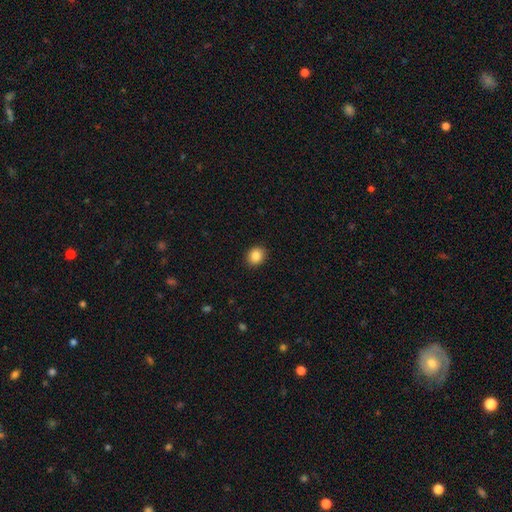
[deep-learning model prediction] Q: Smooth or featured?
A: smooth (86%); runner-up: star or artifact (9%)
Q: How rounded?
A: round (68%); runner-up: in between (31%)
Q: Merging?
A: none (90%); runner-up: minor disturbance (7%)